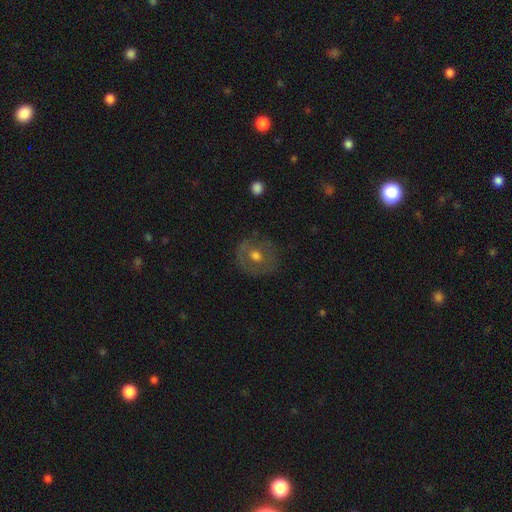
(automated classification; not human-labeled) A featured or disk galaxy (47%).

Vote fractions:
- Smooth or featured? featured or disk: 47% / smooth: 44% / star or artifact: 9%
- Merging? none: 77% / minor disturbance: 15% / major disturbance: 7% / merger: 1%